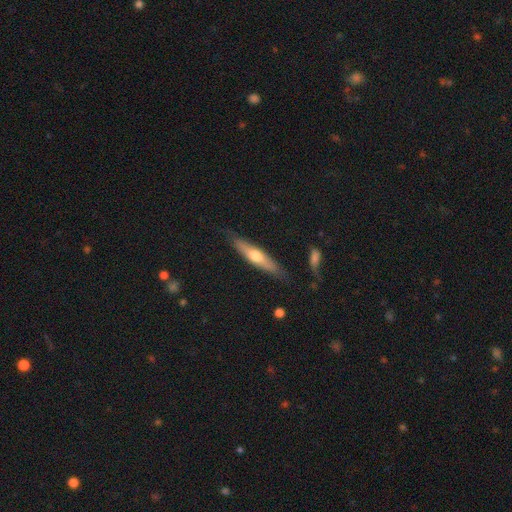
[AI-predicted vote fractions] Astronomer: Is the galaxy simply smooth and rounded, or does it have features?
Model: featured or disk — 48% (runner-up: smooth, 46%).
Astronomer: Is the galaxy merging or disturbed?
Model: none — 82%.